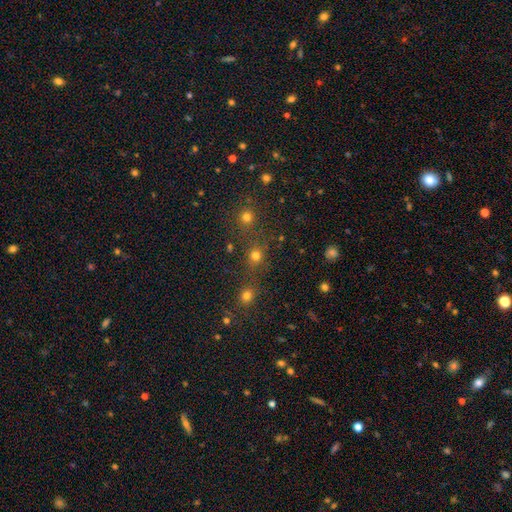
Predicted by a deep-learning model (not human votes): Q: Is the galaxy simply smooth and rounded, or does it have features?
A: smooth — 69%.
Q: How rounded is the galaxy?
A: round — 85%.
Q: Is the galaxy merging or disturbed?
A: none — 70%.